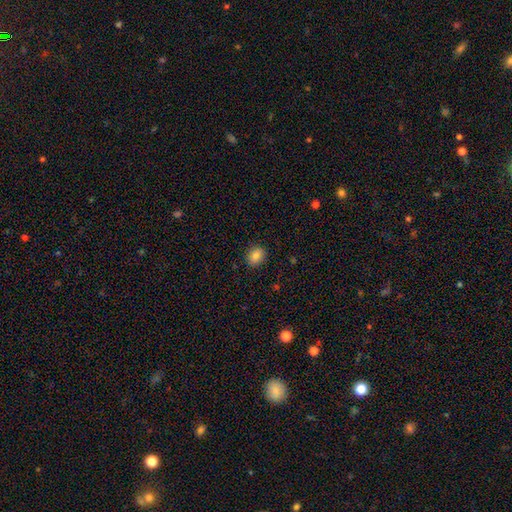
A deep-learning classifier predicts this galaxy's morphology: Q: Smooth or featured?
A: smooth (85%); runner-up: star or artifact (9%)
Q: How rounded?
A: in between (52%); runner-up: round (47%)
Q: Merging?
A: none (89%); runner-up: minor disturbance (8%)